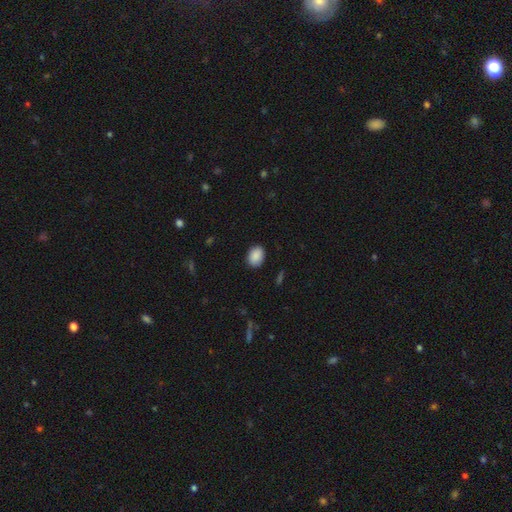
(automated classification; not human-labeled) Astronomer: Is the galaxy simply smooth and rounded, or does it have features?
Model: smooth — 89%.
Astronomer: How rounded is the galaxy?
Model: in between — 71%.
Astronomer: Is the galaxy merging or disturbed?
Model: none — 89%.